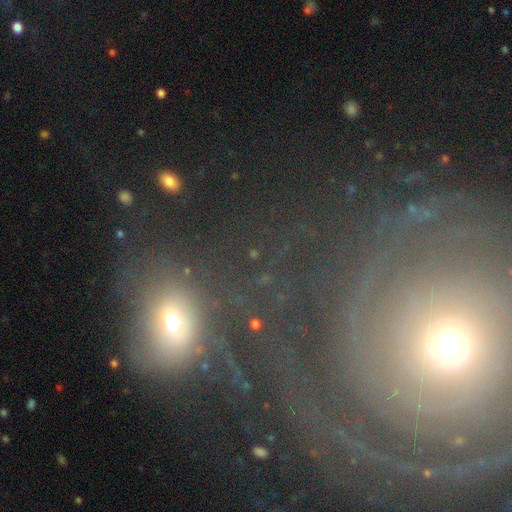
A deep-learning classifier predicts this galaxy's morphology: A featured or disk galaxy (43%). Merging: none (62%).